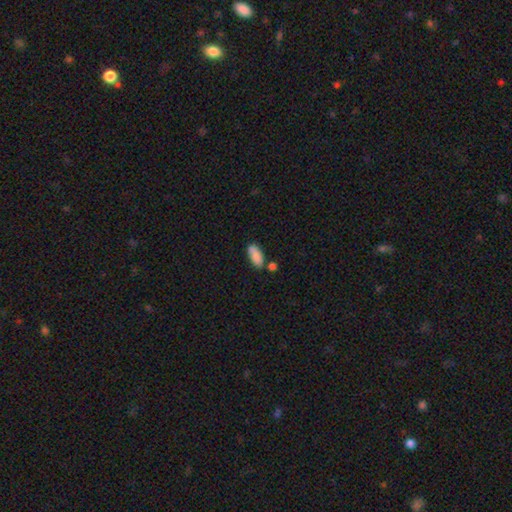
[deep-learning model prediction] smooth 83%, featured or disk 10%, star or artifact 7%. Down the decision tree: how rounded — in between (84%); merging — none (58%).